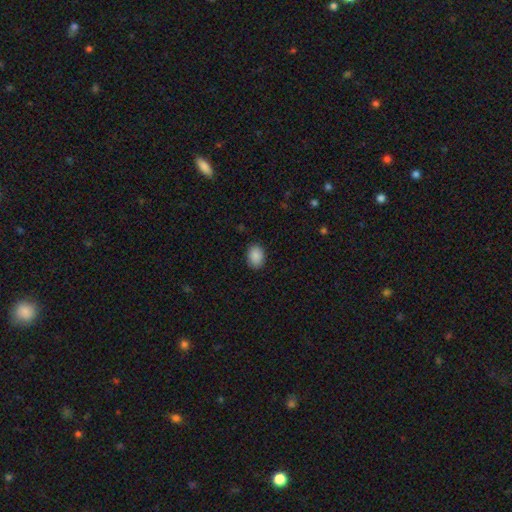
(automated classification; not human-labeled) This is clearly a smooth galaxy (89%). How rounded: likely in between (73%). Merging: clearly none (88%).